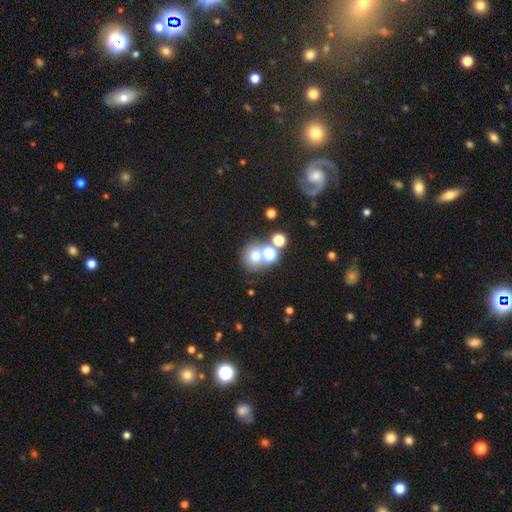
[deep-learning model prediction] Smooth or featured? smooth (67%)
How rounded? round (79%)
Merging? none (51%)